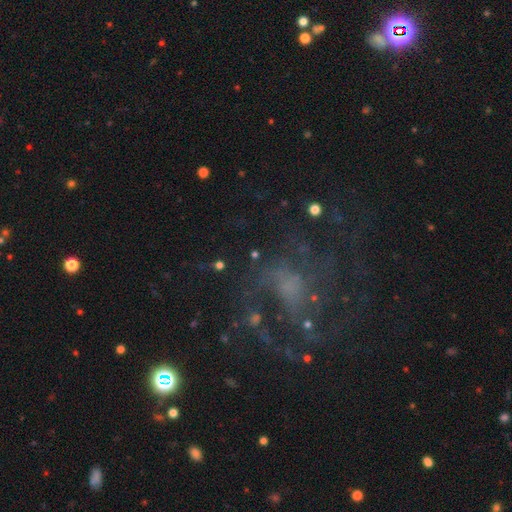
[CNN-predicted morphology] This appears to be a featured or disk galaxy (52%) with no bar (66%), spiral arms (70%) and no central bulge (42%). Merging: none (50%).